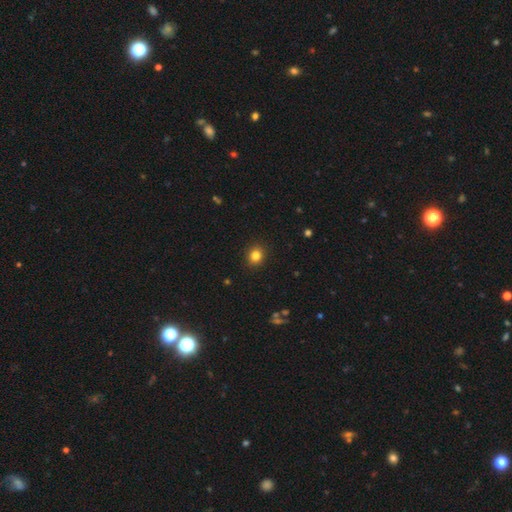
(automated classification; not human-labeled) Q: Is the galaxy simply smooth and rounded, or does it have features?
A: smooth — 82%.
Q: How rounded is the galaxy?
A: round — 76%.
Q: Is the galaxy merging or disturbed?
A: none — 91%.